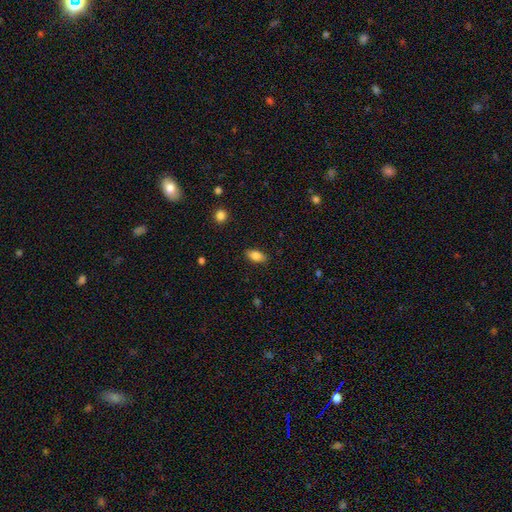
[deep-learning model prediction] Smooth or featured?
  - smooth: 84% *
  - featured or disk: 8%
  - star or artifact: 8%
How rounded?
  - in between: 89% *
  - cigar-shaped: 7%
  - round: 4%
Merging?
  - none: 85% *
  - minor disturbance: 11%
  - major disturbance: 3%
  - merger: 1%